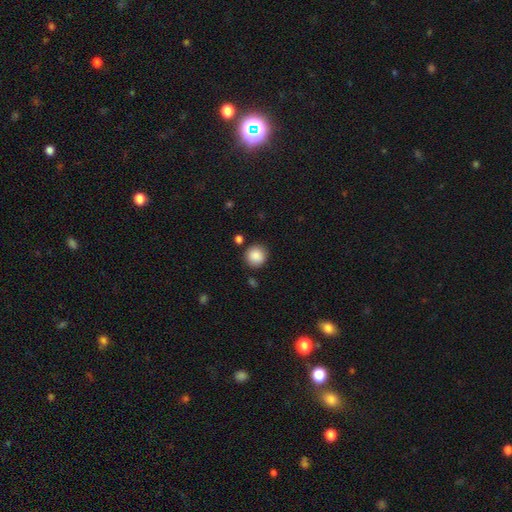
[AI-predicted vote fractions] A smooth galaxy with no disk features (88%) that is round (92%).

Vote fractions:
- Smooth or featured? smooth: 88% / star or artifact: 8% / featured or disk: 3%
- How rounded? round: 92% / in between: 7% / cigar-shaped: 1%
- Merging? none: 86% / minor disturbance: 8% / merger: 4% / major disturbance: 3%